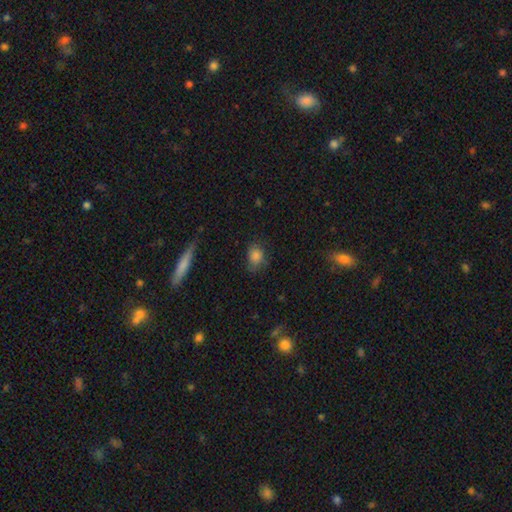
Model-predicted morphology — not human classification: smooth_or_featured: smooth (p=0.83) [alt: star or artifact p=0.11]
how_rounded: in between (p=0.52) [alt: round p=0.46]
merging: none (p=0.68) [alt: minor disturbance p=0.23]